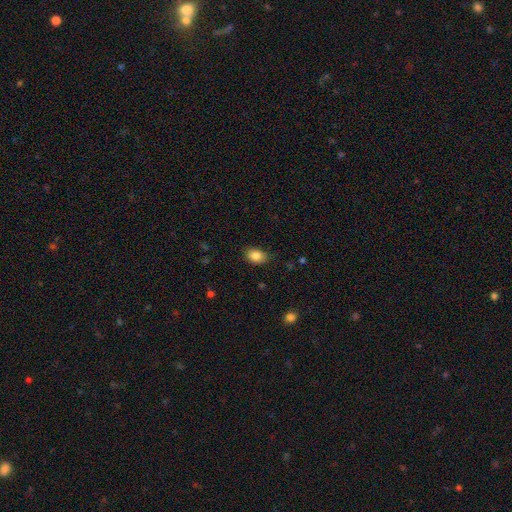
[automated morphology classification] Smooth or featured: smooth — 87% (star or artifact — 9%)
How rounded: in between — 73% (round — 26%)
Merging: none — 80% (minor disturbance — 16%)